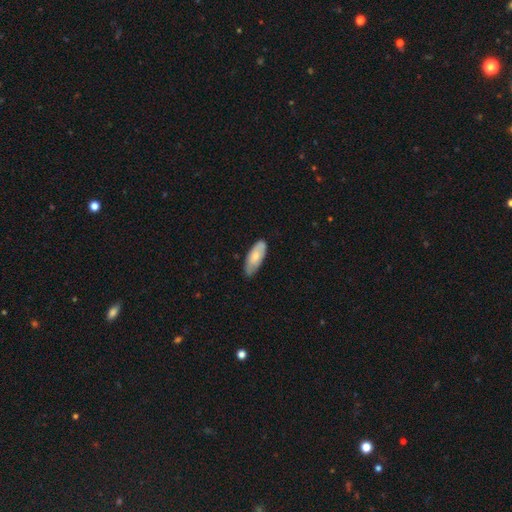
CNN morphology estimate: Smooth or featured: smooth — 71% (featured or disk — 24%)
How rounded: in between — 81% (cigar-shaped — 18%)
Merging: none — 72% (minor disturbance — 23%)